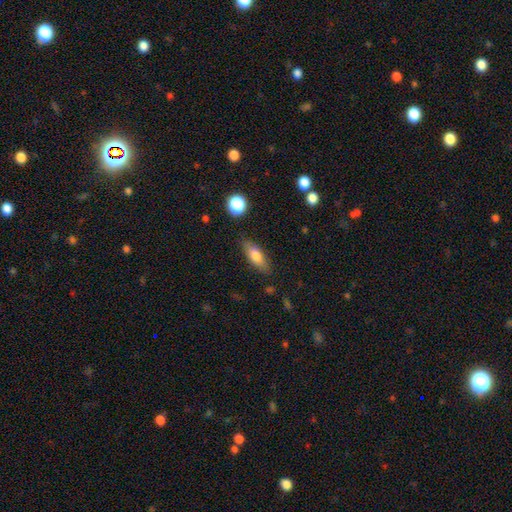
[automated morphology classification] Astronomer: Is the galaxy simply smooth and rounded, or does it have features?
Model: smooth — 76%.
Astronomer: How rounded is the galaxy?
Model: in between — 69%.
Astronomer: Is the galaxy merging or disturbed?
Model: none — 81%.